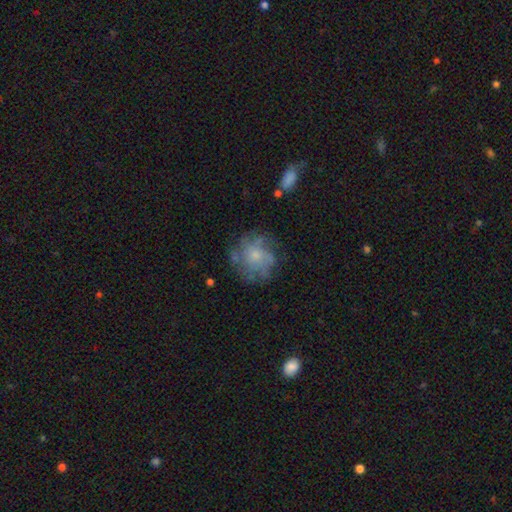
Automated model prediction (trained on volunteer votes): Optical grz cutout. It shows a featured or disk galaxy (50%). Merging: none (64%).